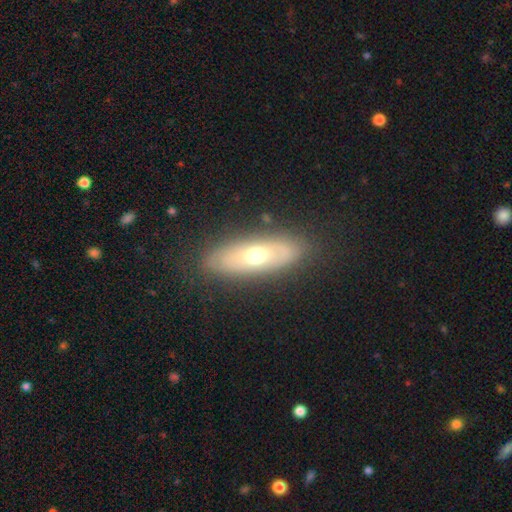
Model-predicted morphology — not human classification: Smooth or featured? Predicted: featured or disk (p=0.52). Edge-on disk? Predicted: no (p=0.68). Merging? Predicted: none (p=0.84).